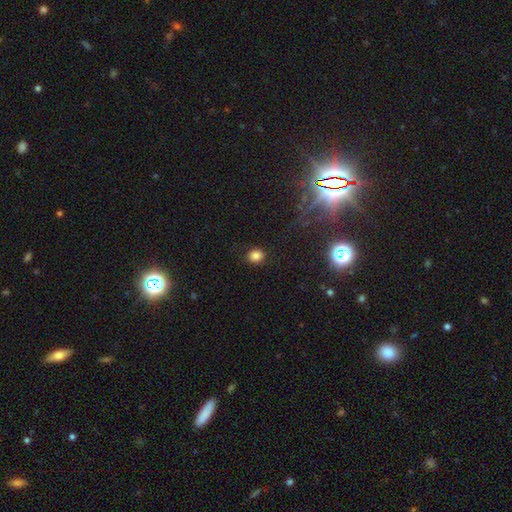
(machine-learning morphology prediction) Smooth or featured?
  - smooth: 81% *
  - star or artifact: 13%
  - featured or disk: 6%
How rounded?
  - round: 74% *
  - in between: 25%
  - cigar-shaped: 1%
Merging?
  - none: 86% *
  - minor disturbance: 10%
  - major disturbance: 3%
  - merger: 1%